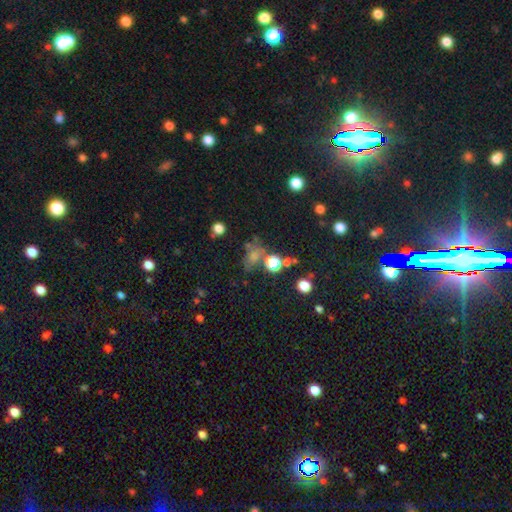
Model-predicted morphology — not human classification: Smooth or featured? smooth (56%)
How rounded? in between (55%)
Merging? none (50%)